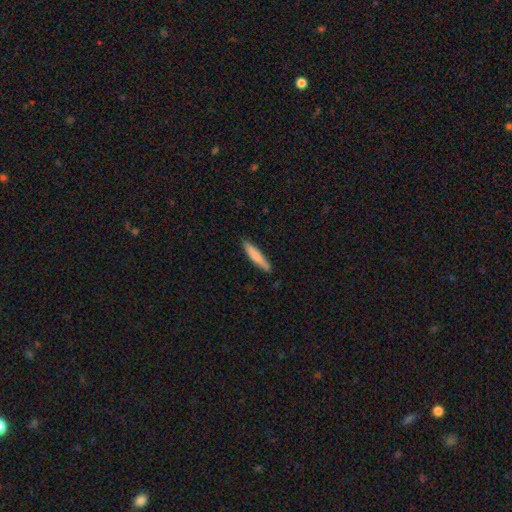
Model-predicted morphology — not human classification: Smooth or featured? smooth (78%)
How rounded? cigar-shaped (90%)
Merging? none (88%)